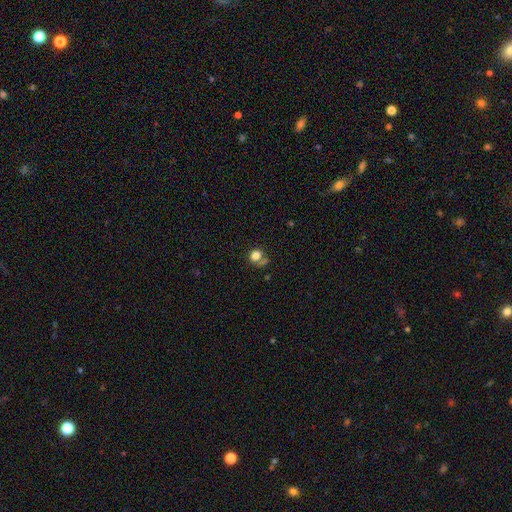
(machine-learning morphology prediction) The model was most divided on "merging": none: 55%, merger: 23%, minor disturbance: 14%, major disturbance: 8%. More confident: smooth or featured — smooth (77%); how rounded — round (67%).